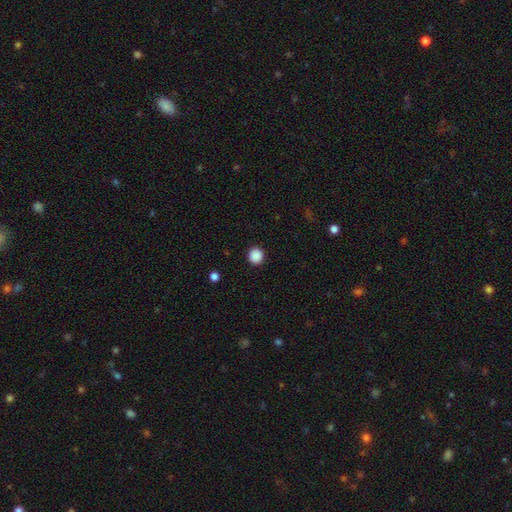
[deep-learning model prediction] A smooth galaxy with no disk features (88%) that is round (94%). Merging: none (93%).